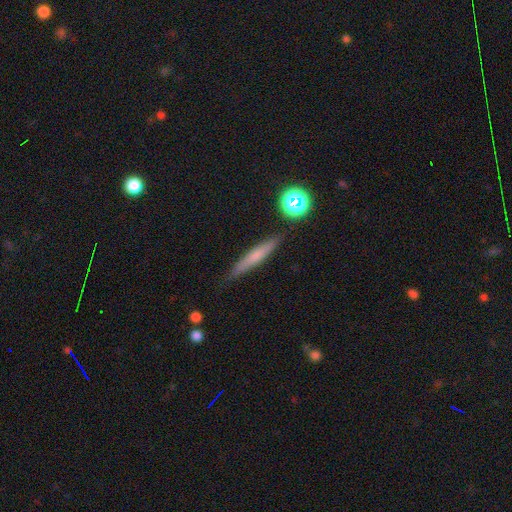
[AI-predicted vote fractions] Smooth or featured?
  - smooth: 59% *
  - featured or disk: 31%
  - star or artifact: 10%
How rounded?
  - cigar-shaped: 91% *
  - in between: 6%
  - round: 3%
Merging?
  - none: 86% *
  - minor disturbance: 10%
  - major disturbance: 2%
  - merger: 2%